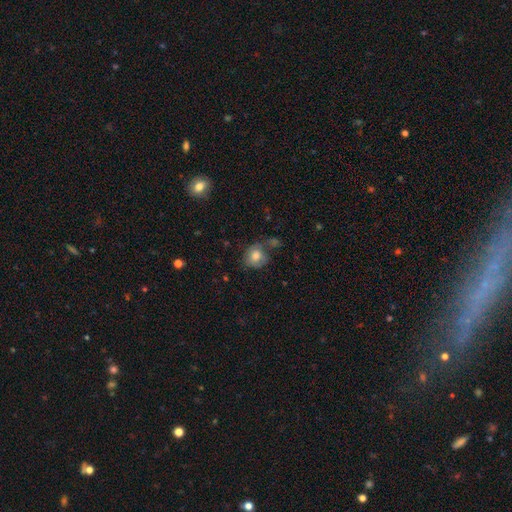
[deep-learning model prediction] smooth-or-featured: smooth: 75% | featured or disk: 16% | star or artifact: 9%
  how-rounded: round: 66% | in between: 33% | cigar-shaped: 1%
  merging: none: 51% | minor disturbance: 24% | merger: 13% | major disturbance: 12%